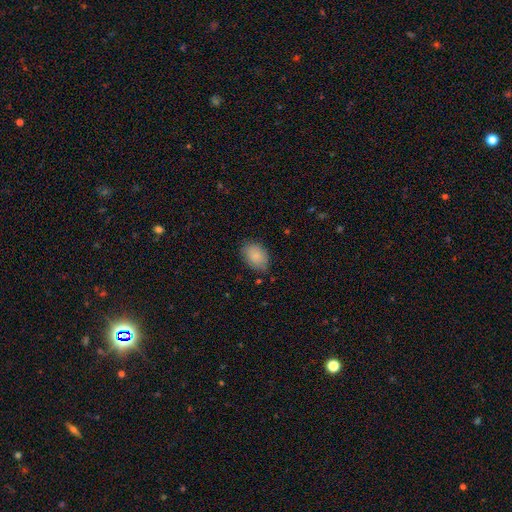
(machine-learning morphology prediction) smooth 86%, featured or disk 7%, star or artifact 7%. Down the decision tree: how rounded — in between (82%); merging — none (79%).